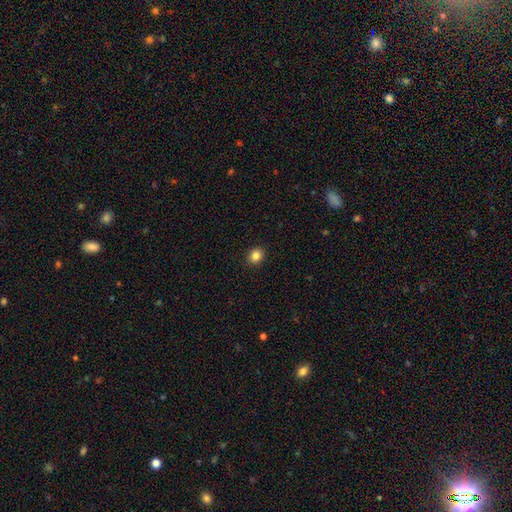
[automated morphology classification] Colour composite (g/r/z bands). It shows a smooth galaxy with no disk features (85%) that is round (60%). Merging: none (91%).